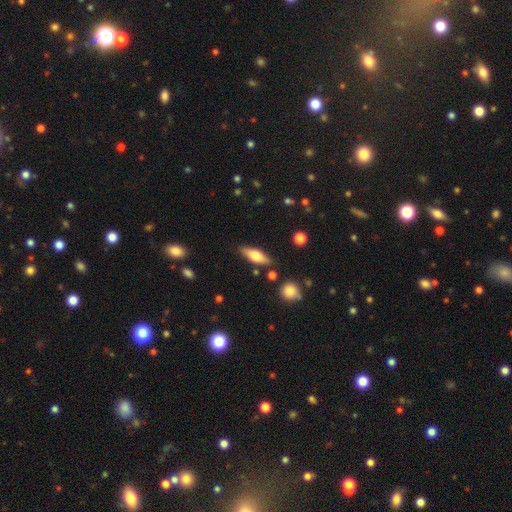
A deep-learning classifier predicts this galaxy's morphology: smooth-or-featured: smooth: 60% | featured or disk: 34% | star or artifact: 6%
  how-rounded: in between: 62% | cigar-shaped: 35% | round: 3%
  merging: none: 82% | minor disturbance: 12% | merger: 4% | major disturbance: 3%